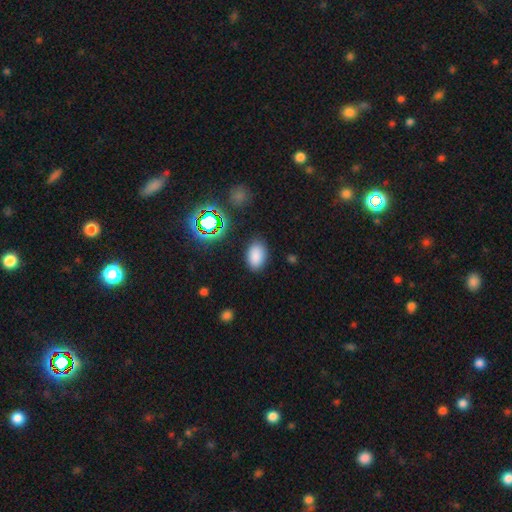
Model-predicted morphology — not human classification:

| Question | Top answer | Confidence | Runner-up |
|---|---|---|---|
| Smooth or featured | smooth | 82% | star or artifact (13%) |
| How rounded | in between | 88% | round (10%) |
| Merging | none | 84% | minor disturbance (11%) |